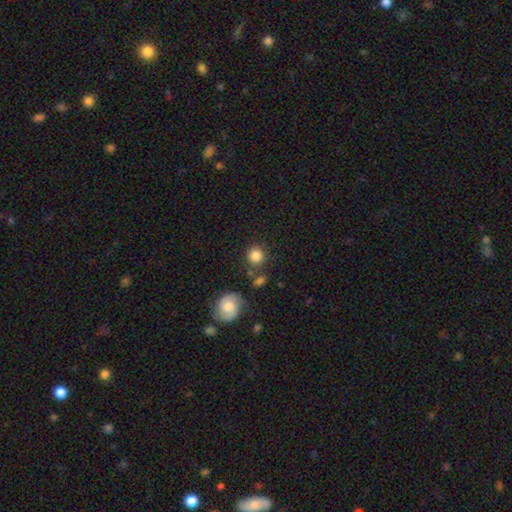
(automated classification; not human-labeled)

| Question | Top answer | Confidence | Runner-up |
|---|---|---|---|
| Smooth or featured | smooth | 84% | star or artifact (9%) |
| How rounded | round | 87% | in between (12%) |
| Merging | none | 75% | minor disturbance (12%) |